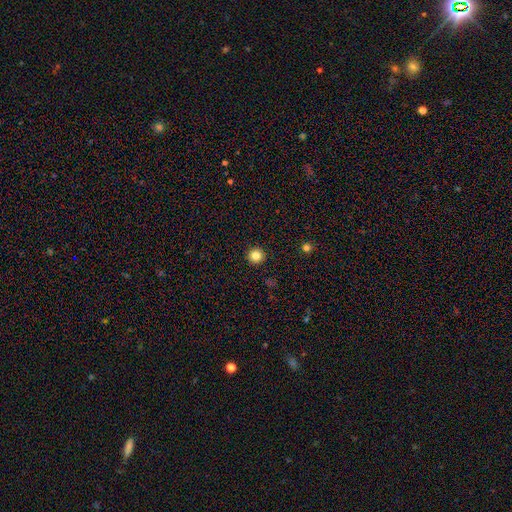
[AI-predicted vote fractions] This is clearly a smooth galaxy (83%). How rounded: clearly round (94%). Merging: clearly none (93%).